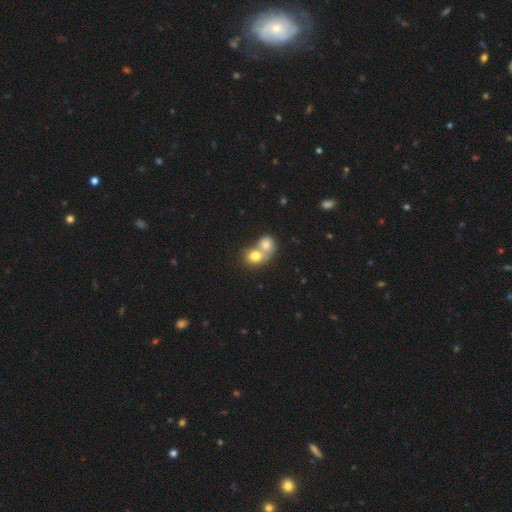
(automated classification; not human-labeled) Smooth or featured?
  - smooth: 76% *
  - featured or disk: 15%
  - star or artifact: 10%
How rounded?
  - round: 73% *
  - in between: 26%
  - cigar-shaped: 1%
Merging?
  - merger: 70% *
  - none: 23%
  - minor disturbance: 5%
  - major disturbance: 2%